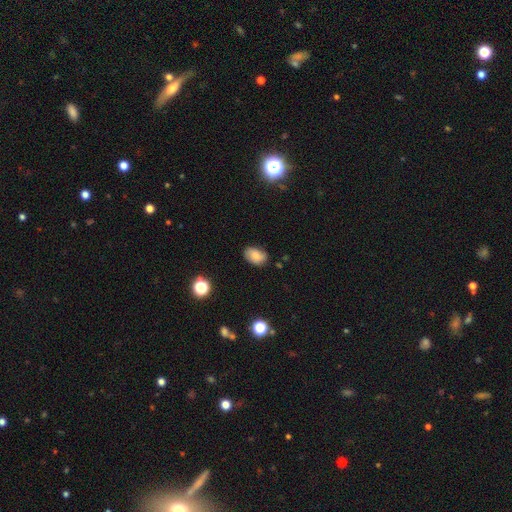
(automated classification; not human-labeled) A smooth galaxy with no disk features (77%) that is in between round and cigar-shaped (85%). Merging: none (78%).